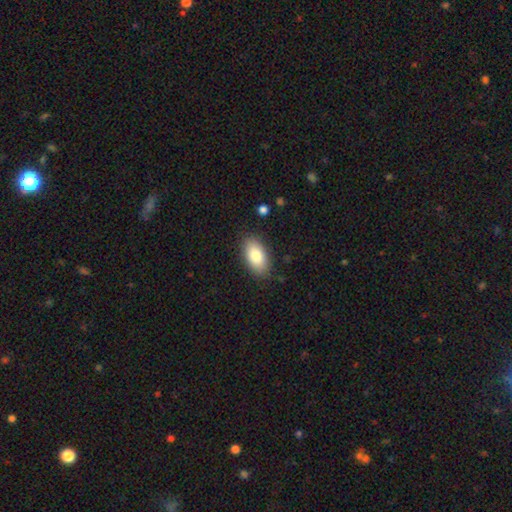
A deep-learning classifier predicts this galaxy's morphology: Smooth or featured? smooth (81%)
How rounded? in between (93%)
Merging? none (86%)